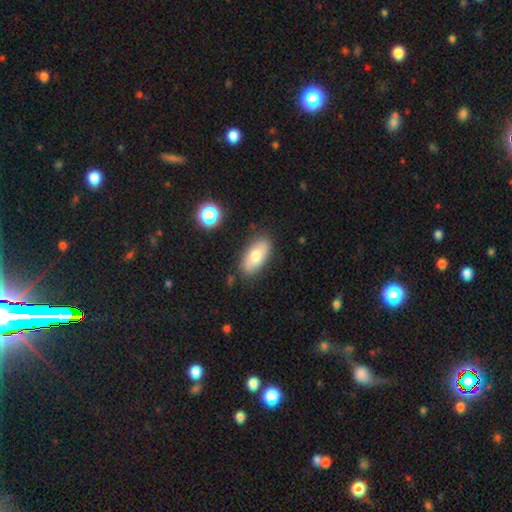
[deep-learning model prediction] Smooth or featured: smooth — 72% (featured or disk — 20%)
How rounded: in between — 90% (cigar-shaped — 6%)
Merging: none — 84% (minor disturbance — 11%)